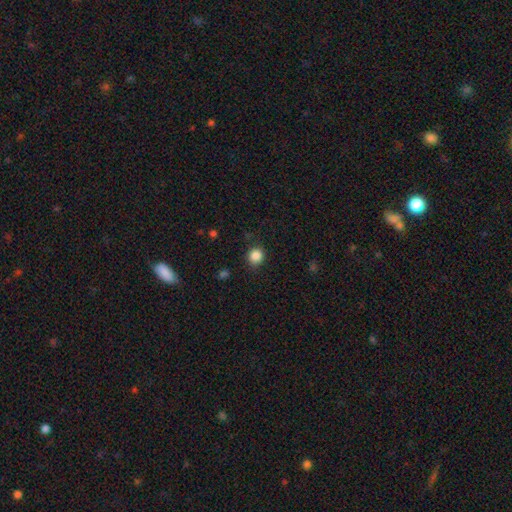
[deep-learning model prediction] Smooth or featured? smooth (86%)
How rounded? round (87%)
Merging? none (86%)